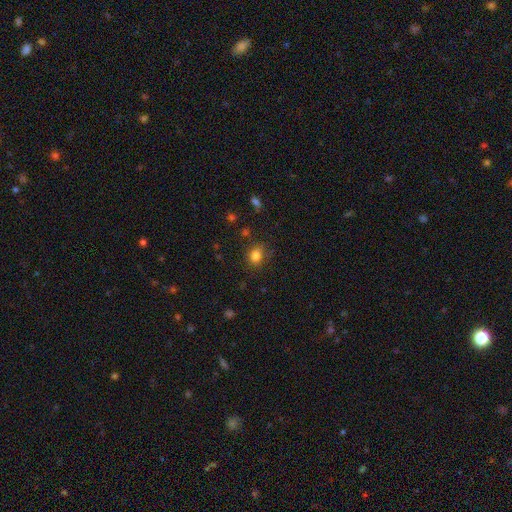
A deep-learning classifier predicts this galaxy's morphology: Q: Smooth or featured?
A: smooth (82%); runner-up: star or artifact (13%)
Q: How rounded?
A: round (57%); runner-up: in between (42%)
Q: Merging?
A: none (79%); runner-up: minor disturbance (15%)